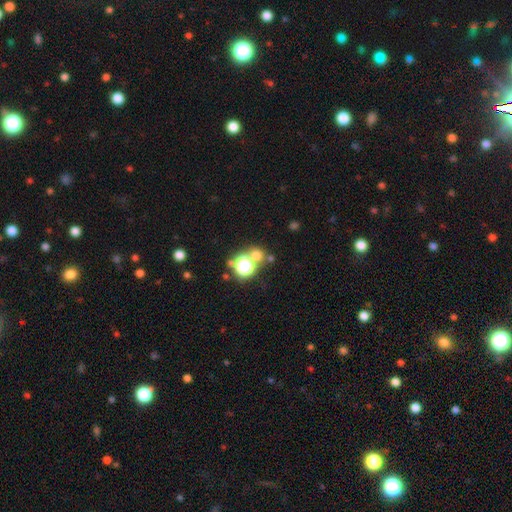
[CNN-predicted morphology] Smooth or featured? Predicted: smooth (p=0.60). How rounded? Predicted: round (p=0.84). Merging? Predicted: none (p=0.64).